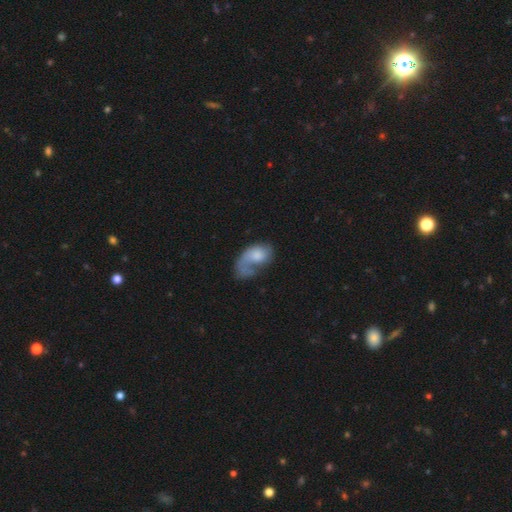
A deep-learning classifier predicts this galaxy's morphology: A smooth galaxy with no disk features (49%).

Vote fractions:
- Smooth or featured? smooth: 49% / featured or disk: 44% / star or artifact: 7%
- Merging? major disturbance: 47% / none: 24% / minor disturbance: 17% / merger: 12%